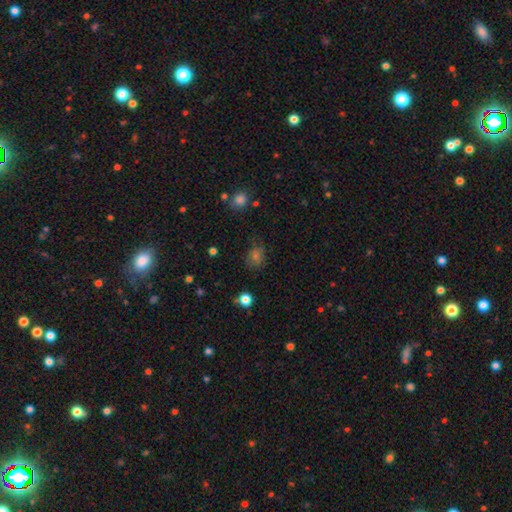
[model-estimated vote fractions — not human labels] smooth 55%, star or artifact 30%, featured or disk 14%. Down the decision tree: how rounded — round (60%); merging — none (73%).